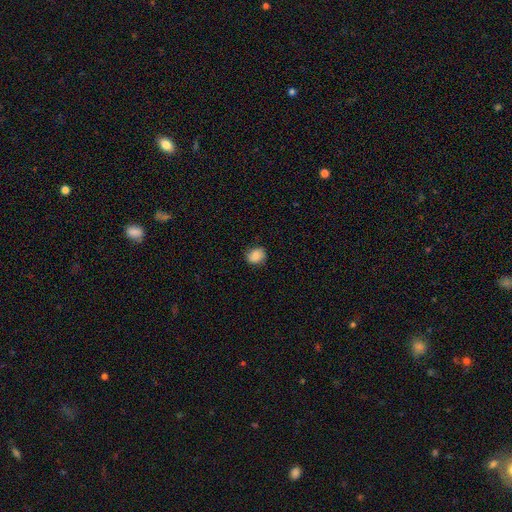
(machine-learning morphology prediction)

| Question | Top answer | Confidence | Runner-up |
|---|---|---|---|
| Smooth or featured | smooth | 82% | featured or disk (9%) |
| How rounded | round | 66% | in between (33%) |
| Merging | none | 81% | minor disturbance (15%) |